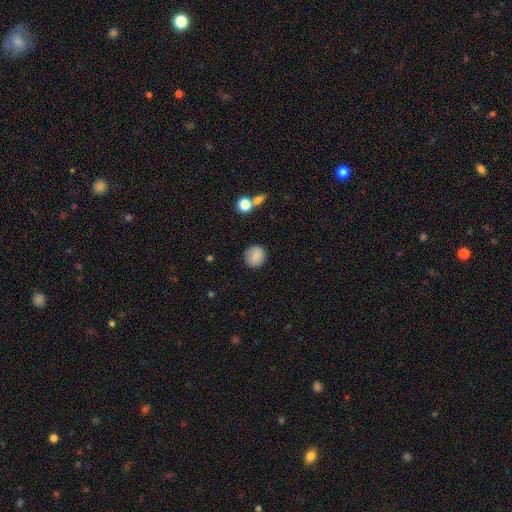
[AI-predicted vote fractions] Smooth or featured? Predicted: smooth (p=0.87). How rounded? Predicted: round (p=0.89). Merging? Predicted: none (p=0.88).